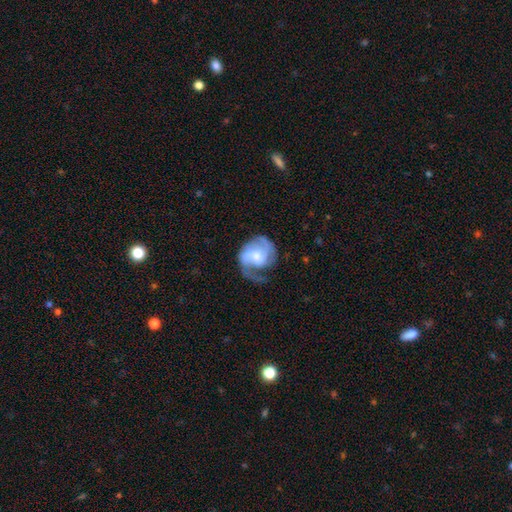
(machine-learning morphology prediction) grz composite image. It shows a featured or disk galaxy (79%) with no bar (52%), 2 (48%) medium (47%) spiral arms (93%) and a moderate central bulge (44%). Merging: none (49%).